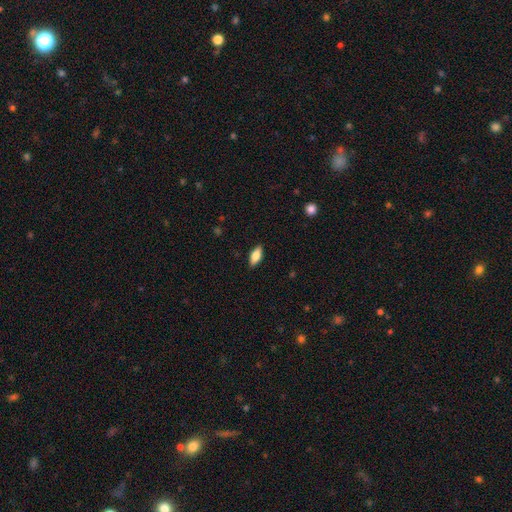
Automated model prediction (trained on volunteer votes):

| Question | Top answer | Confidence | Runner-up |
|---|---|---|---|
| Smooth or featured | smooth | 73% | featured or disk (20%) |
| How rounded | in between | 81% | cigar-shaped (16%) |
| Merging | none | 88% | minor disturbance (9%) |